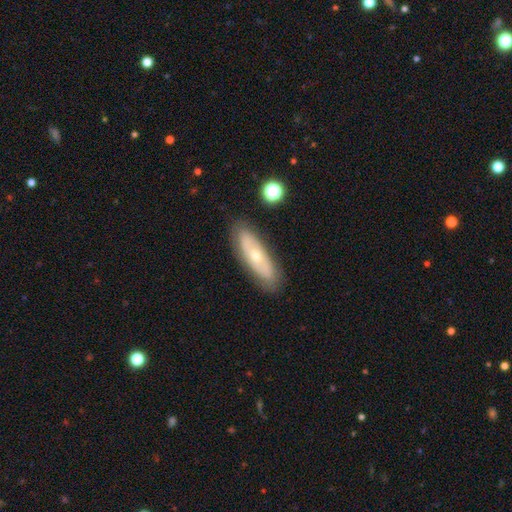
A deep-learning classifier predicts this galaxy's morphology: type=featured or disk (55%); edge-on=no (73%); merging=none (83%).